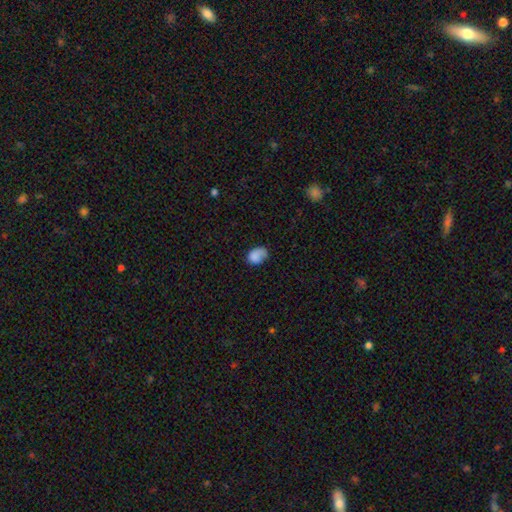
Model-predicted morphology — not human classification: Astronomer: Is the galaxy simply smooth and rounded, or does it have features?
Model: smooth — 81%.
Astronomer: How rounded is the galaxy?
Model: in between — 76%.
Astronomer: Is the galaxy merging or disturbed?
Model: none — 50% (runner-up: minor disturbance, 32%).